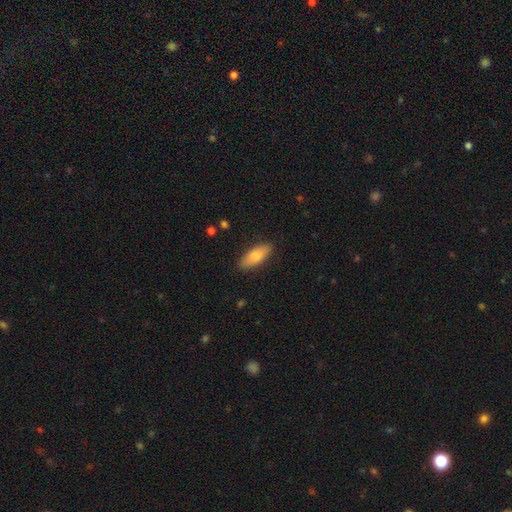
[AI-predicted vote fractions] smooth-or-featured: smooth: 83% | featured or disk: 11% | star or artifact: 6%
  how-rounded: in between: 72% | cigar-shaped: 26% | round: 2%
  merging: none: 86% | minor disturbance: 10% | major disturbance: 2% | merger: 1%